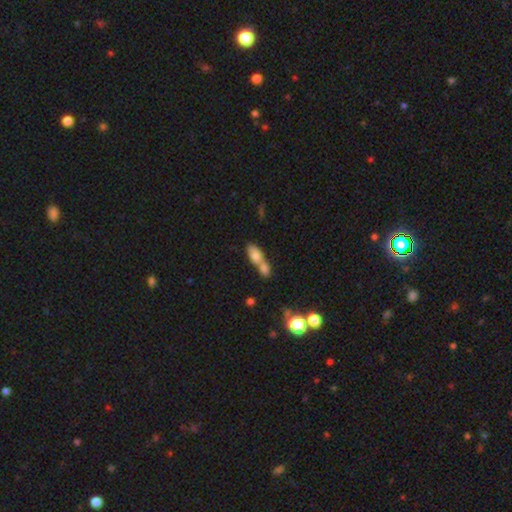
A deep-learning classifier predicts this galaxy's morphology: smooth-or-featured: smooth: 75% | featured or disk: 15% | star or artifact: 9%
  how-rounded: in between: 76% | cigar-shaped: 15% | round: 9%
  merging: merger: 69% | none: 20% | minor disturbance: 7% | major disturbance: 4%